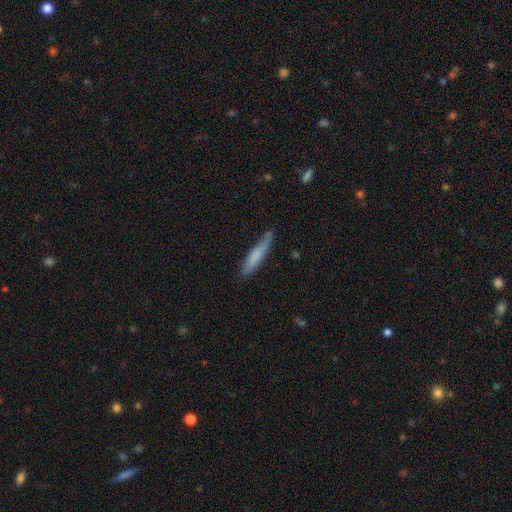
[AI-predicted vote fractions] Smooth or featured? Predicted: smooth (p=0.72). How rounded? Predicted: cigar-shaped (p=0.91). Merging? Predicted: none (p=0.73).